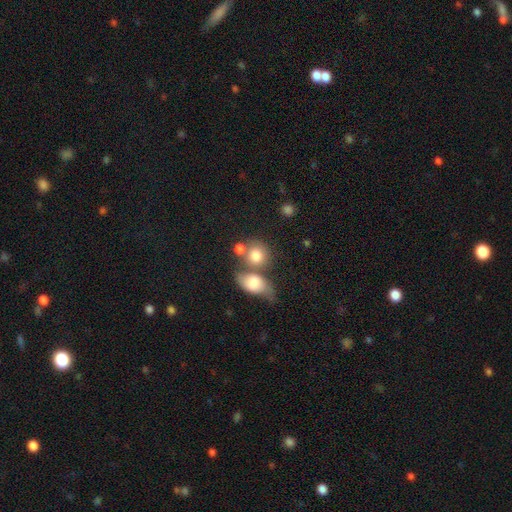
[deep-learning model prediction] A smooth galaxy with no disk features (77%) that is round (67%). Merging: none (42%).